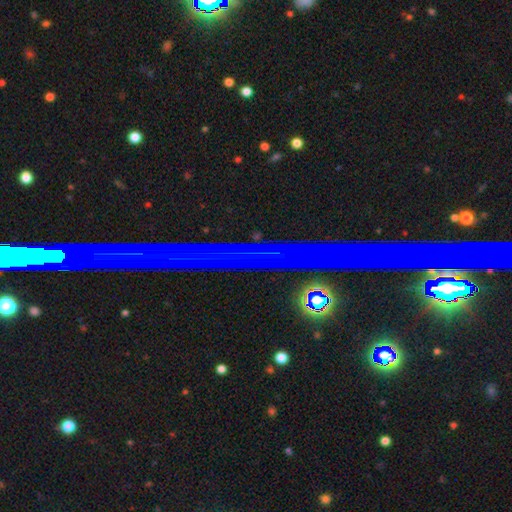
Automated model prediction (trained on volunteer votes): Morphology: type=star or artifact (75%).